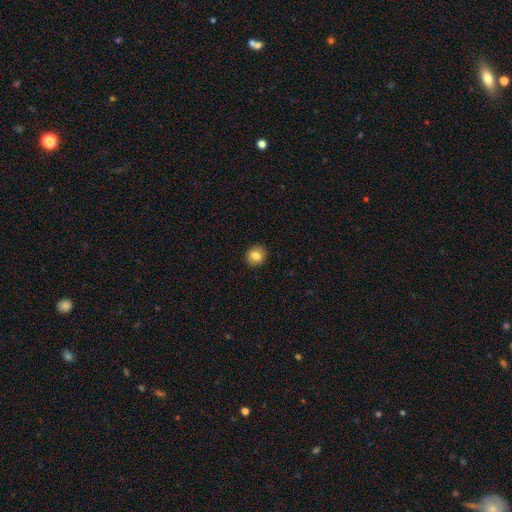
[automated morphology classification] Smooth or featured? Predicted: smooth (p=0.82). How rounded? Predicted: round (p=0.79). Merging? Predicted: none (p=0.90).